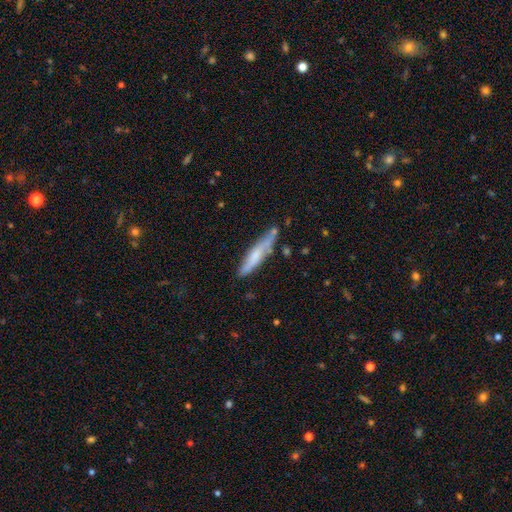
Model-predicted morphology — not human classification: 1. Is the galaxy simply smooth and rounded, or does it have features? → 58% smooth, 36% featured or disk, 6% star or artifact.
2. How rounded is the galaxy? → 89% cigar-shaped, 9% in between, 1% round.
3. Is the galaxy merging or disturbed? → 68% none, 22% minor disturbance, 6% merger, 4% major disturbance.